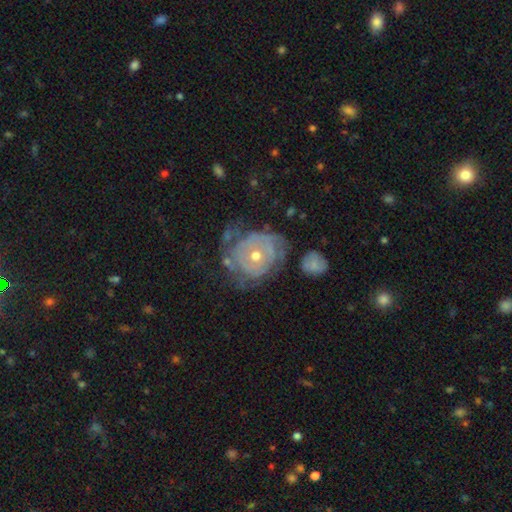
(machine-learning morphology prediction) This appears to be a featured or disk galaxy (74%) with no bar (85%), tight (74%) spiral arms (73%) and a moderate central bulge (55%). Merging: none (51%).